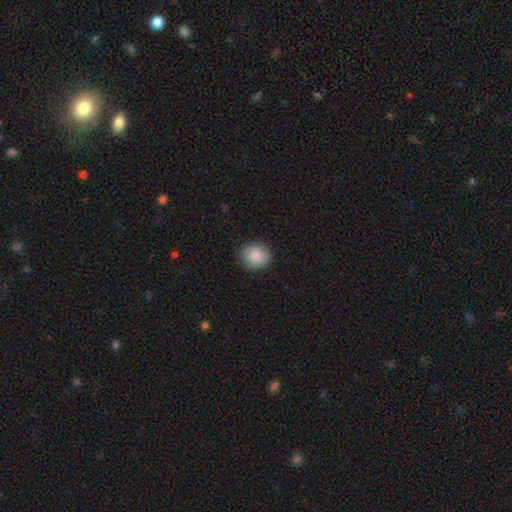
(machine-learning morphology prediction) smooth_or_featured: smooth (p=0.87) [alt: star or artifact p=0.08]
how_rounded: round (p=0.83) [alt: in between p=0.16]
merging: none (p=0.89) [alt: minor disturbance p=0.08]